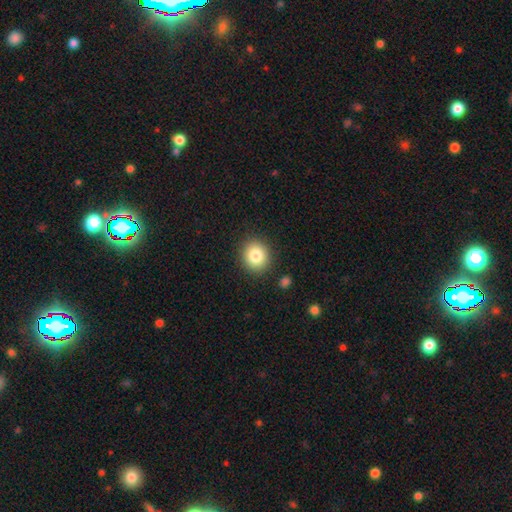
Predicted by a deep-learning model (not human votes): Smooth or featured? Predicted: smooth (p=0.82). How rounded? Predicted: round (p=0.85). Merging? Predicted: none (p=0.89).